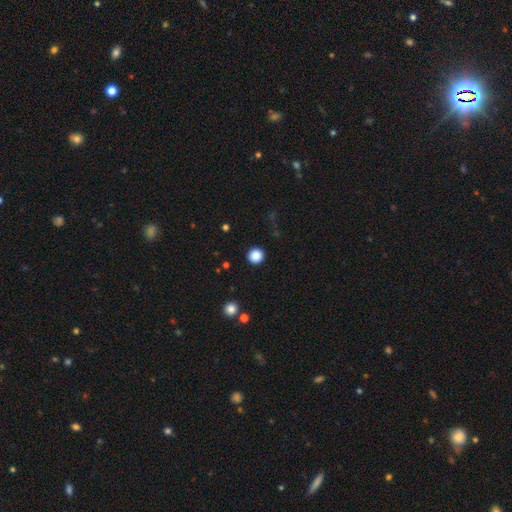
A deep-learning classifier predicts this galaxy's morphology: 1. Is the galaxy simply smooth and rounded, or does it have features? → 87% smooth, 10% star or artifact, 3% featured or disk.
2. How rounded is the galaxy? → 95% round, 4% in between, 1% cigar-shaped.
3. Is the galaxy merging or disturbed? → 92% none, 5% minor disturbance, 2% major disturbance, 1% merger.